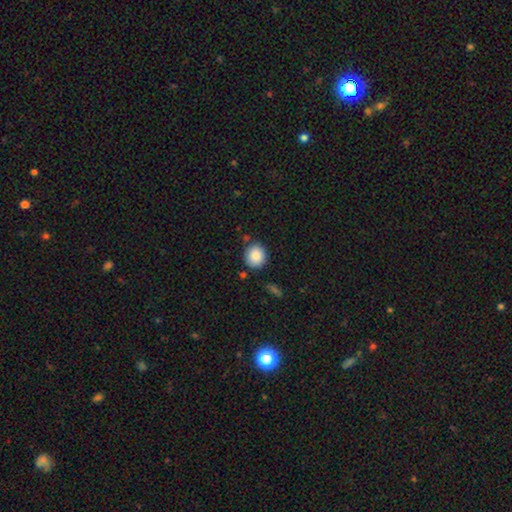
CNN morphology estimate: Smooth or featured: smooth — 87% (star or artifact — 8%)
How rounded: round — 81% (in between — 18%)
Merging: none — 83% (minor disturbance — 10%)